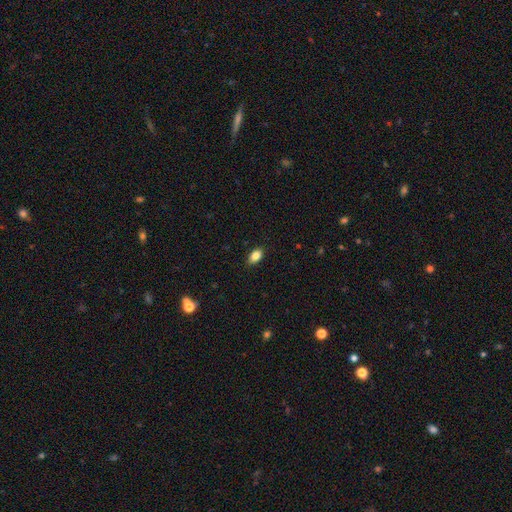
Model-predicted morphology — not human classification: smooth_or_featured: smooth (p=0.85) [alt: star or artifact p=0.08]
how_rounded: in between (p=0.89) [alt: round p=0.08]
merging: none (p=0.88) [alt: minor disturbance p=0.09]